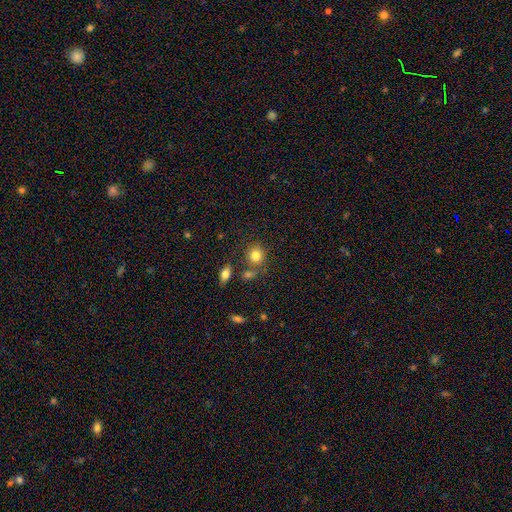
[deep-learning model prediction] Overall: smooth (82%). How rounded: round (78%). Merging: none (69%).